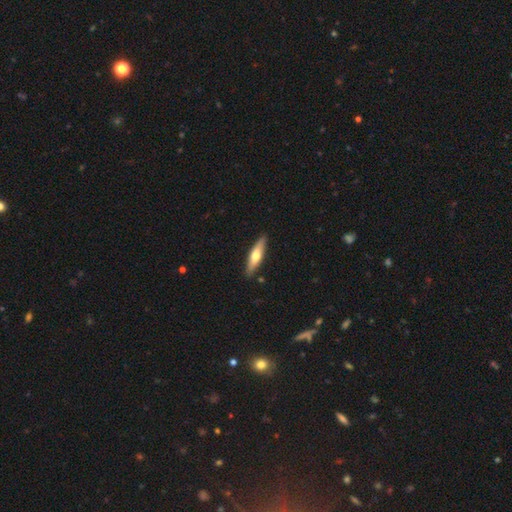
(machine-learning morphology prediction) Q: Smooth or featured?
A: smooth (53%); runner-up: featured or disk (42%)
Q: How rounded?
A: cigar-shaped (71%); runner-up: in between (27%)
Q: Merging?
A: none (88%); runner-up: minor disturbance (9%)